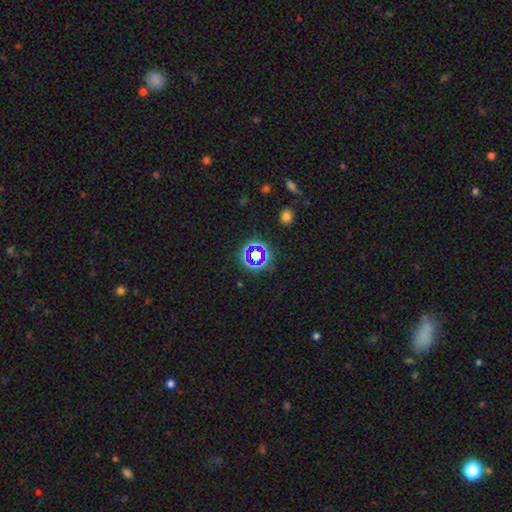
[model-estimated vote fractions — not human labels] Overall: star or artifact (62%; smooth 25%).